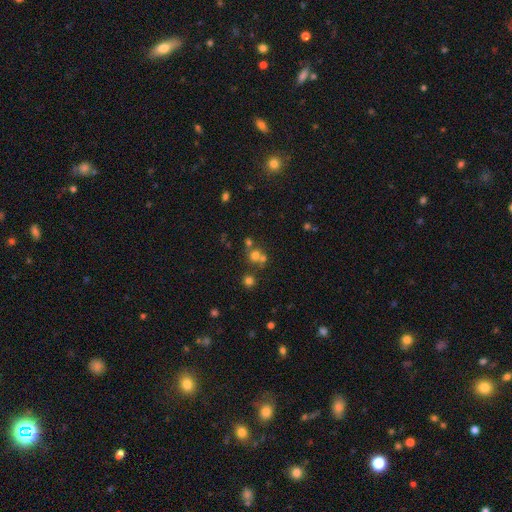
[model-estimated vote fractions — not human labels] Overall: smooth (62%; star or artifact 24%). How rounded: round (85%). Merging: none (53%; merger 36%).